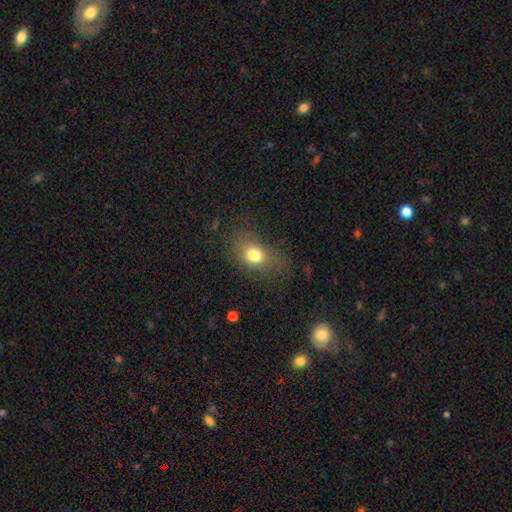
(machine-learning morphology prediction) This appears to be a smooth galaxy with no disk features (75%) that is in between round and cigar-shaped (73%). Merging: none (62%).